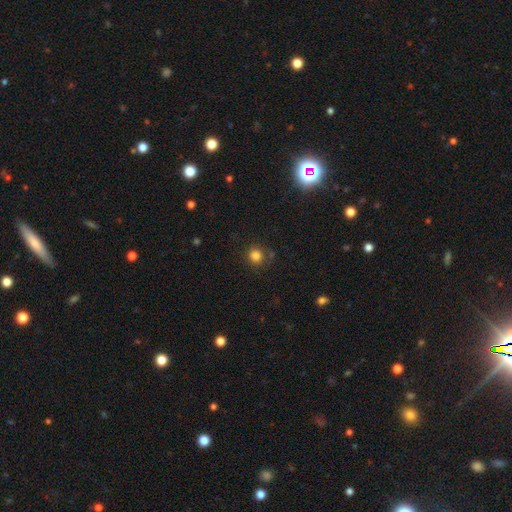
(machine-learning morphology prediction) smooth_or_featured: smooth (p=0.82) [alt: star or artifact p=0.13]
how_rounded: round (p=0.90) [alt: in between p=0.09]
merging: none (p=0.81) [alt: minor disturbance p=0.11]